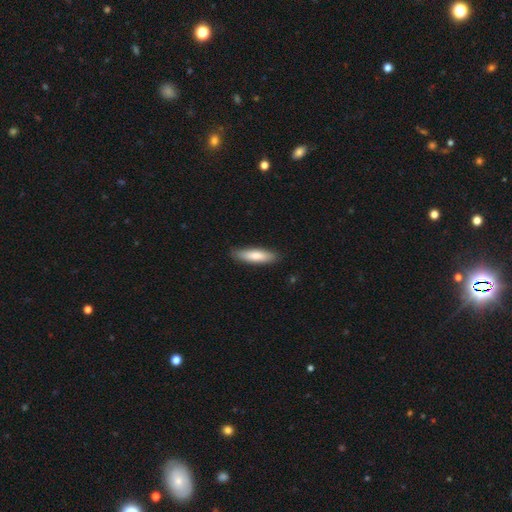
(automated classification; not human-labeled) Smooth or featured?
  - smooth: 79% *
  - featured or disk: 15%
  - star or artifact: 5%
How rounded?
  - cigar-shaped: 62% *
  - in between: 37%
  - round: 1%
Merging?
  - none: 86% *
  - minor disturbance: 11%
  - major disturbance: 2%
  - merger: 1%